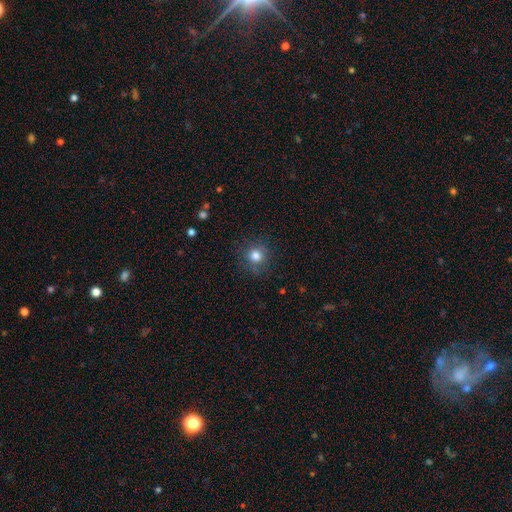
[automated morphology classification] This appears to be a smooth galaxy with no disk features (82%) that is round (92%). Merging: none (87%).